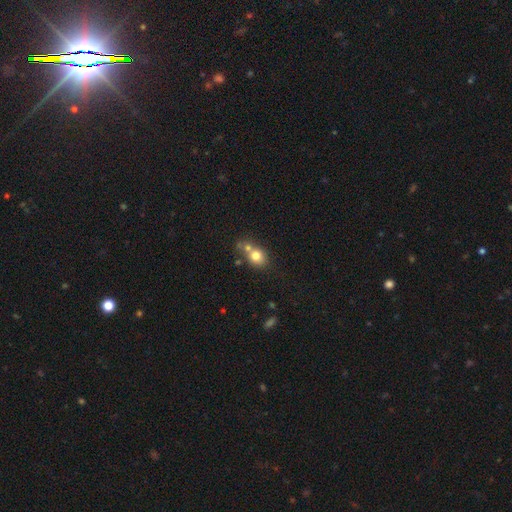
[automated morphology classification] Smooth or featured: smooth — 75% (featured or disk — 14%)
How rounded: round — 63% (in between — 36%)
Merging: merger — 44% (none — 40%)